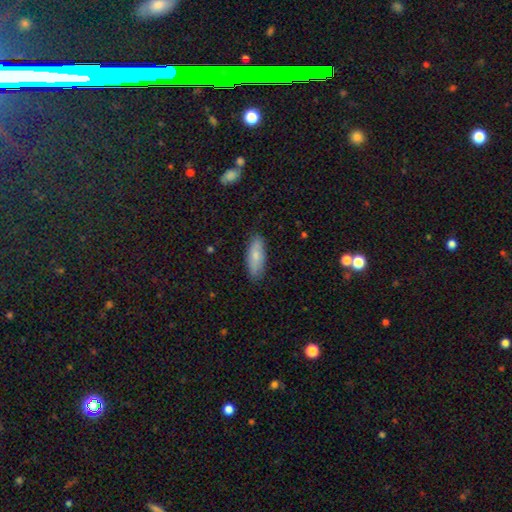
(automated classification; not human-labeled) Morphology: type=smooth (76%); roundness=in between (68%); merging=none (84%).